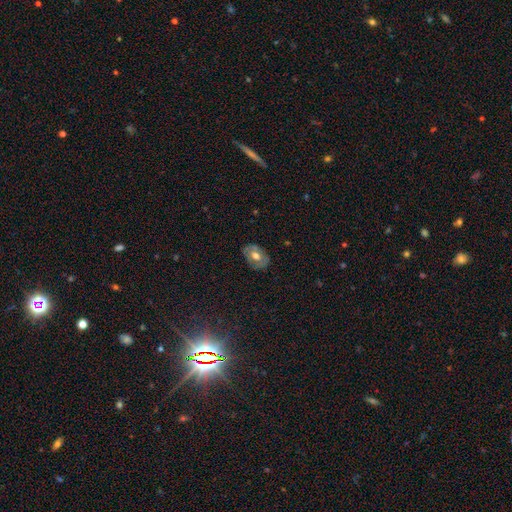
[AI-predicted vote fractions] A smooth galaxy with no disk features (47%).

Vote fractions:
- Smooth or featured? smooth: 47% / featured or disk: 45% / star or artifact: 8%
- Merging? none: 79% / minor disturbance: 16% / major disturbance: 4% / merger: 1%